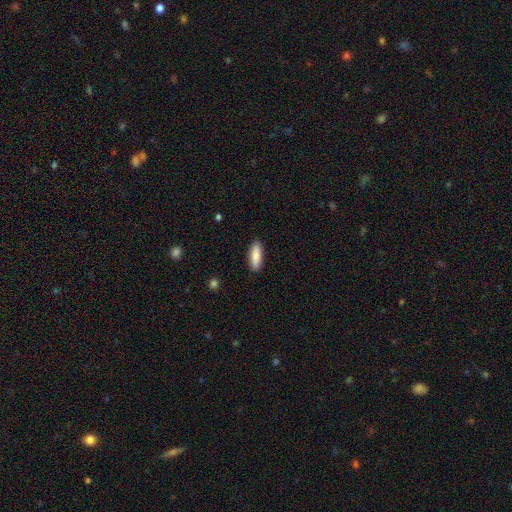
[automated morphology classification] A smooth galaxy with no disk features (83%) that is in between round and cigar-shaped (64%).

Vote fractions:
- Smooth or featured? smooth: 83% / featured or disk: 11% / star or artifact: 6%
- How rounded? in between: 64% / cigar-shaped: 35% / round: 2%
- Merging? none: 89% / minor disturbance: 8% / major disturbance: 2% / merger: 1%